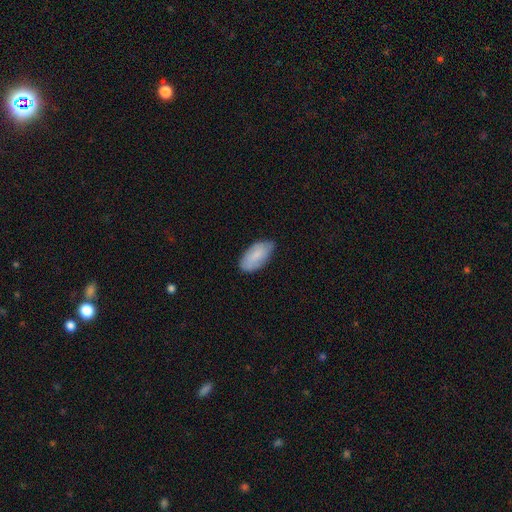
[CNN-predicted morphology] Q: Smooth or featured?
A: smooth (80%); runner-up: featured or disk (14%)
Q: How rounded?
A: in between (94%); runner-up: cigar-shaped (4%)
Q: Merging?
A: none (71%); runner-up: minor disturbance (24%)